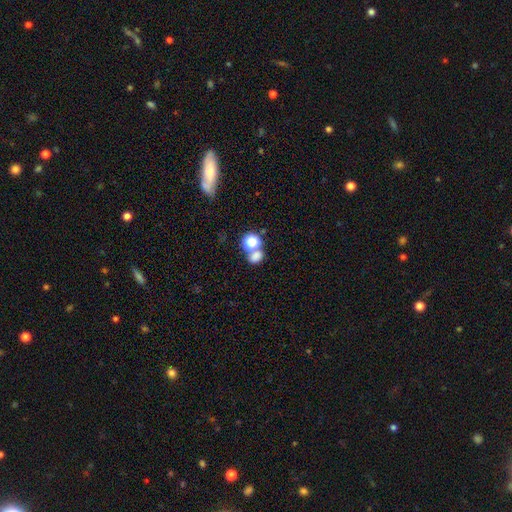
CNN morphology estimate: A smooth galaxy with no disk features (71%) that is in between round and cigar-shaped (50%). Merging: none (47%).